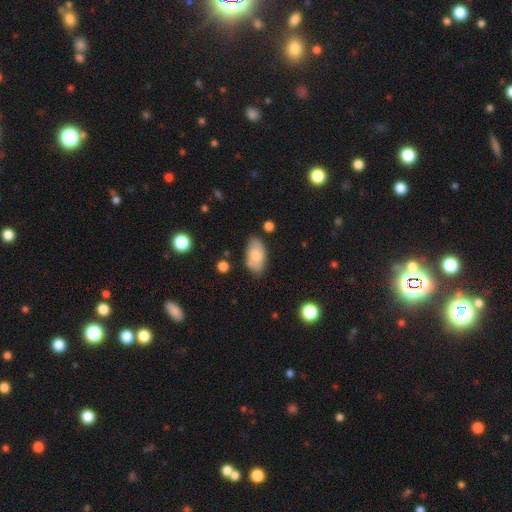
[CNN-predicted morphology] Q: Smooth or featured?
A: smooth (76%); runner-up: featured or disk (18%)
Q: How rounded?
A: in between (94%); runner-up: round (3%)
Q: Merging?
A: none (72%); runner-up: minor disturbance (20%)